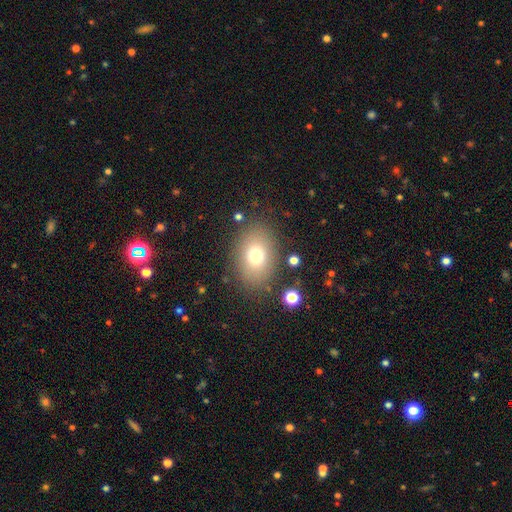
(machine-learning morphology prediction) smooth_or_featured: smooth (p=0.74) [alt: featured or disk p=0.14]
how_rounded: in between (p=0.73) [alt: round p=0.26]
merging: none (p=0.82) [alt: minor disturbance p=0.11]